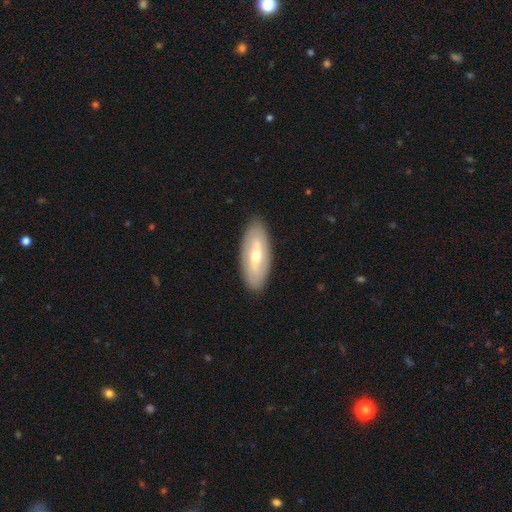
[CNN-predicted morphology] A featured or disk galaxy (56%). Merging: none (89%).